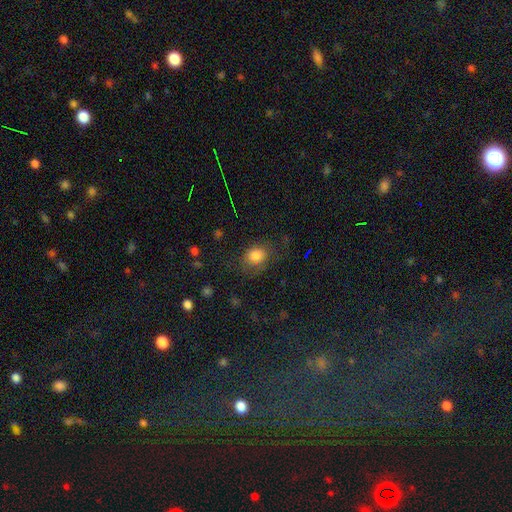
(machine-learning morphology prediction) type=smooth (80%); roundness=round (50%); merging=none (67%).